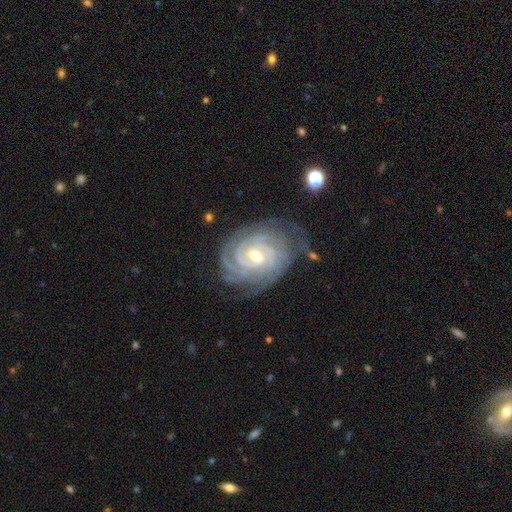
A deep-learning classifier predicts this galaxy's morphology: Smooth or featured: featured or disk — 93% (star or artifact — 4%)
Edge-on disk: no — 98% (yes — 2%)
Bar: weak — 44% (no — 34%)
Spiral arms: yes — 99% (no — 1%)
Spiral winding: tight — 85% (medium — 13%)
Spiral arm count: 4 — 29% (3 — 22%)
Bulge size: small — 49% (moderate — 48%)
Merging: none — 74% (minor disturbance — 19%)